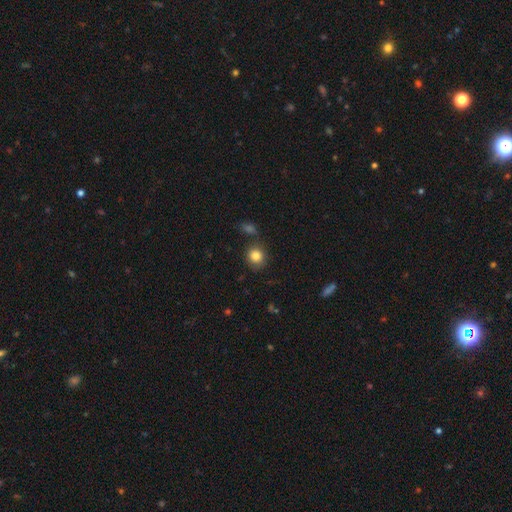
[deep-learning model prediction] A smooth galaxy with no disk features (84%) that is round (84%). Merging: none (77%).